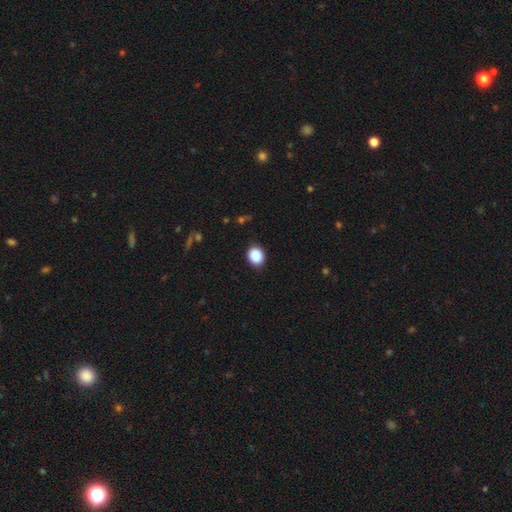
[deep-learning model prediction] Smooth or featured: smooth — 89% (star or artifact — 8%)
How rounded: round — 61% (in between — 38%)
Merging: none — 89% (minor disturbance — 8%)